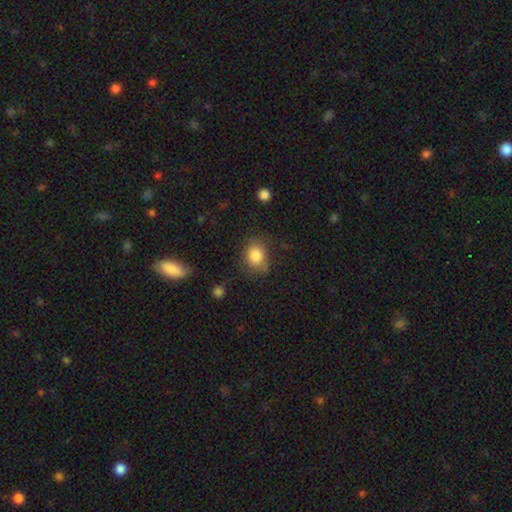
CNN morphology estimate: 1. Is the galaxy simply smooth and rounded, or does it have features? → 84% smooth, 9% star or artifact, 7% featured or disk.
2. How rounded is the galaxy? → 55% round, 44% in between, 1% cigar-shaped.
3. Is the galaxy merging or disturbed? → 71% none, 20% minor disturbance, 6% major disturbance, 3% merger.